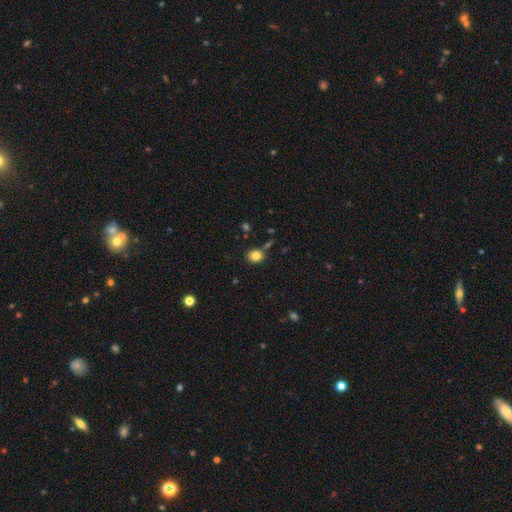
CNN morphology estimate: smooth_or_featured: smooth (p=0.82) [alt: star or artifact p=0.11]
how_rounded: round (p=0.69) [alt: in between p=0.30]
merging: none (p=0.78) [alt: minor disturbance p=0.12]